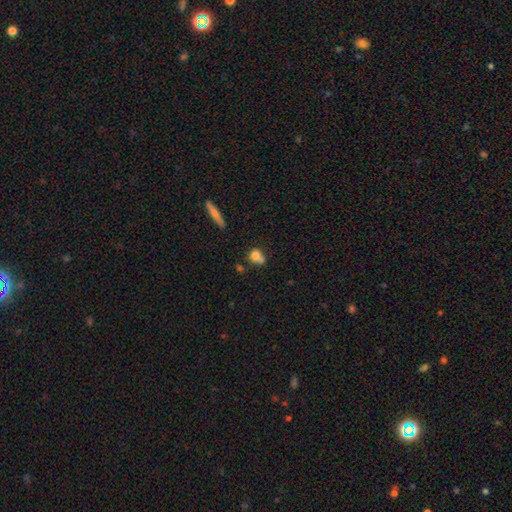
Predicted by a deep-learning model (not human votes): smooth_or_featured: smooth (p=0.75) [alt: featured or disk p=0.14]
how_rounded: round (p=0.65) [alt: in between p=0.32]
merging: none (p=0.38) [tied with: merger p=0.38]